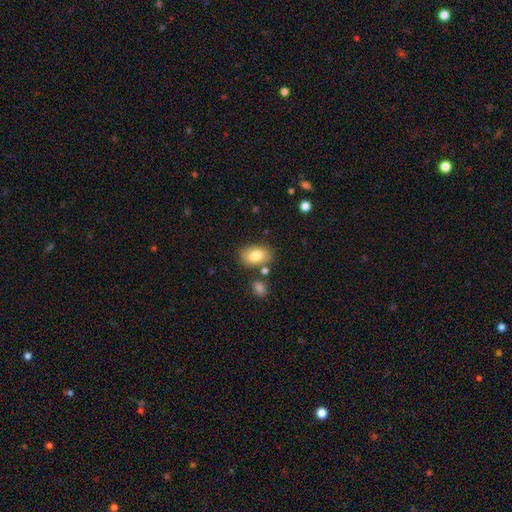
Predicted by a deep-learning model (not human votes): smooth 80%, featured or disk 12%, star or artifact 8%. Down the decision tree: how rounded — in between (87%); merging — none (75%).